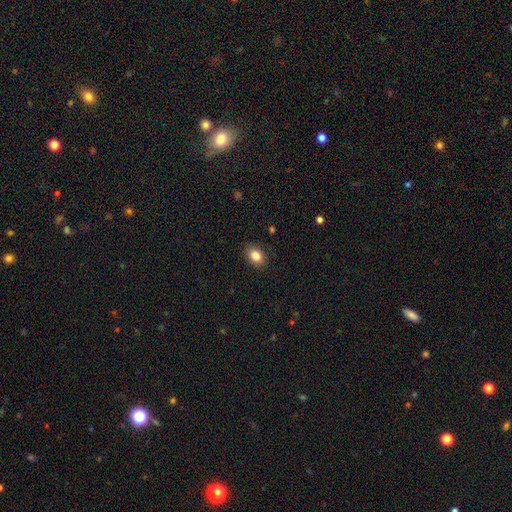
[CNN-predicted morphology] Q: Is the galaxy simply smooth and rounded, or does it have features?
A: smooth — 85%.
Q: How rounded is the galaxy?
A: in between — 70%.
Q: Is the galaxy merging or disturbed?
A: none — 88%.